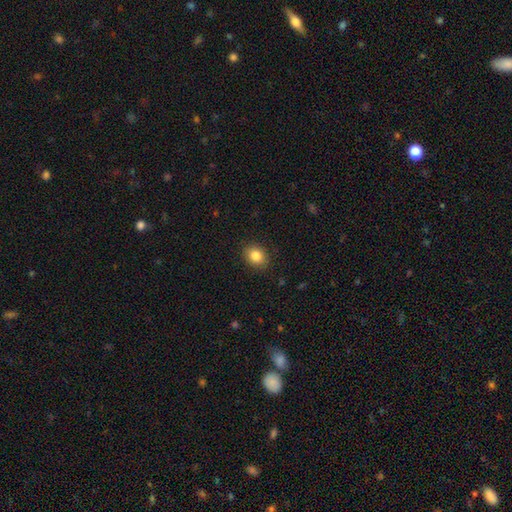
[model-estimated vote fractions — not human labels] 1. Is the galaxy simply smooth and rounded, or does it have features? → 85% smooth, 9% star or artifact, 6% featured or disk.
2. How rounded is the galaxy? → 51% round, 48% in between, 1% cigar-shaped.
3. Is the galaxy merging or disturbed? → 89% none, 8% minor disturbance, 2% major disturbance, 1% merger.